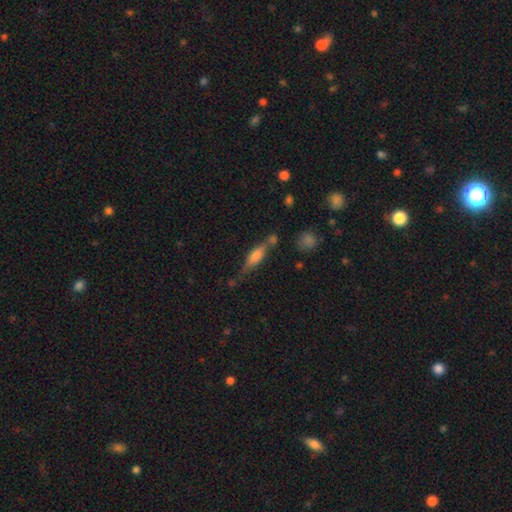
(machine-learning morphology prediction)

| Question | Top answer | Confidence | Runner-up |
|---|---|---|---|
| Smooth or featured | smooth | 49% | featured or disk (43%) |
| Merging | none | 62% | minor disturbance (19%) |